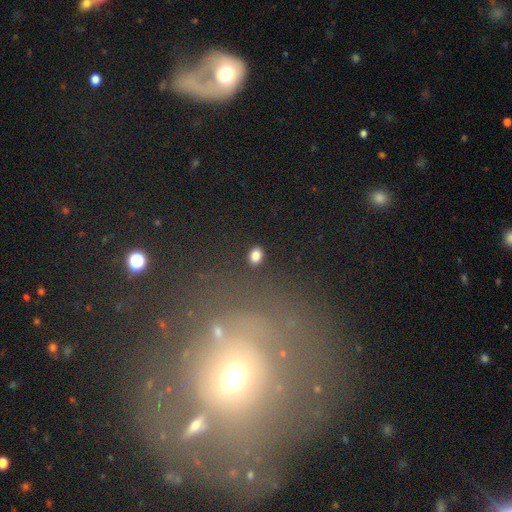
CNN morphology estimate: Smooth or featured? Predicted: smooth (p=0.83). How rounded? Predicted: in between (p=0.69). Merging? Predicted: none (p=0.88).